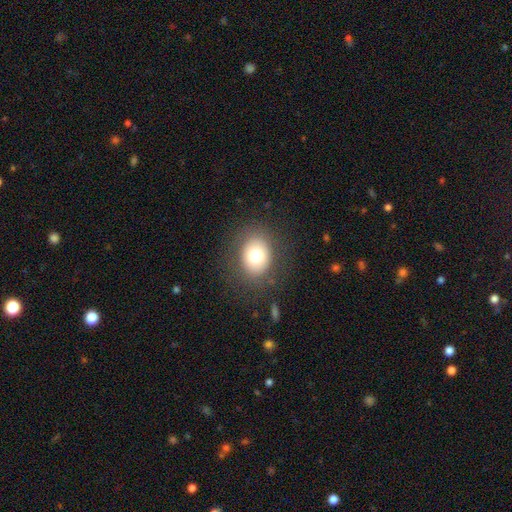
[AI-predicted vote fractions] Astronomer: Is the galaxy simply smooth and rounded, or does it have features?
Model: smooth — 75%.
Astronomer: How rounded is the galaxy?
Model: in between — 50% (runner-up: round, 49%).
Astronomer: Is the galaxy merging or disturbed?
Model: none — 83%.